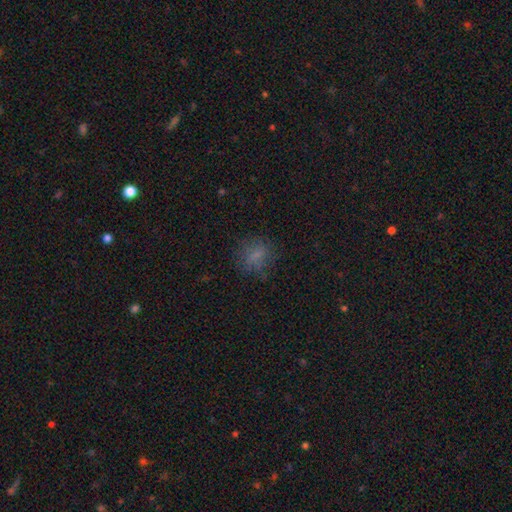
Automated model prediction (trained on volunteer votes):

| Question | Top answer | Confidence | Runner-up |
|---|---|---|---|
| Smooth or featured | smooth | 67% | star or artifact (17%) |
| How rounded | round | 61% | in between (36%) |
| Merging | none | 72% | minor disturbance (17%) |